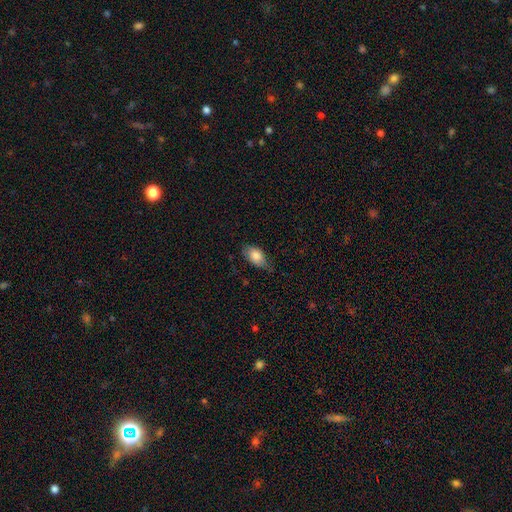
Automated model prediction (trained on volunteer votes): Smooth or featured? smooth (82%)
How rounded? in between (90%)
Merging? none (61%)